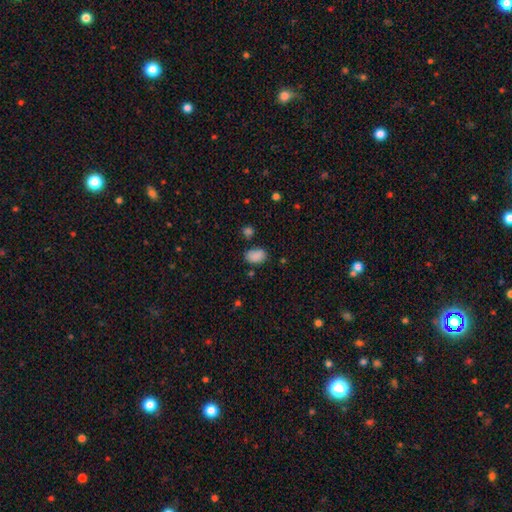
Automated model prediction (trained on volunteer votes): Smooth or featured?
  - smooth: 87% *
  - star or artifact: 9%
  - featured or disk: 4%
How rounded?
  - in between: 89% *
  - round: 10%
  - cigar-shaped: 1%
Merging?
  - none: 75% *
  - minor disturbance: 16%
  - merger: 5%
  - major disturbance: 4%